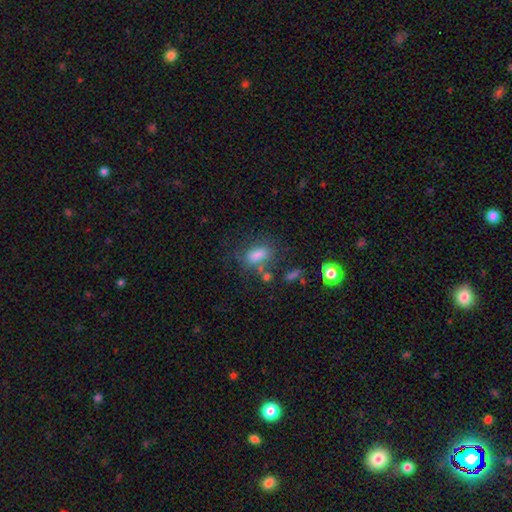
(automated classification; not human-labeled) The model was most divided on "merging": none: 57%, minor disturbance: 20%, merger: 12%, major disturbance: 11%. More confident: how rounded — in between (78%); smooth or featured — smooth (70%).